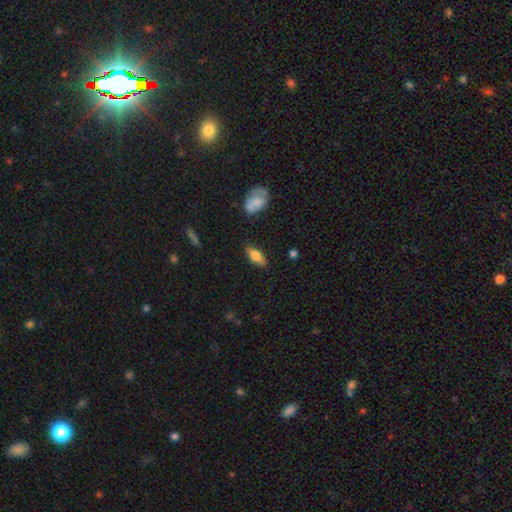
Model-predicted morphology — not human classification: Smooth or featured?
  - smooth: 58% *
  - featured or disk: 35%
  - star or artifact: 7%
How rounded?
  - in between: 68% *
  - cigar-shaped: 28%
  - round: 3%
Merging?
  - none: 84% *
  - minor disturbance: 11%
  - major disturbance: 3%
  - merger: 2%